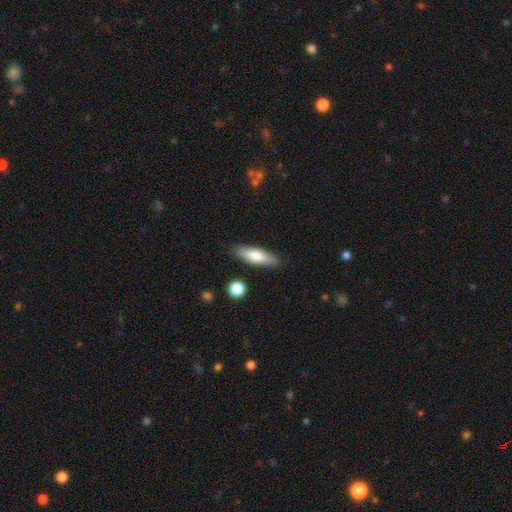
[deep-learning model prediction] Smooth or featured? Predicted: smooth (p=0.74). How rounded? Predicted: cigar-shaped (p=0.55). Merging? Predicted: none (p=0.87).